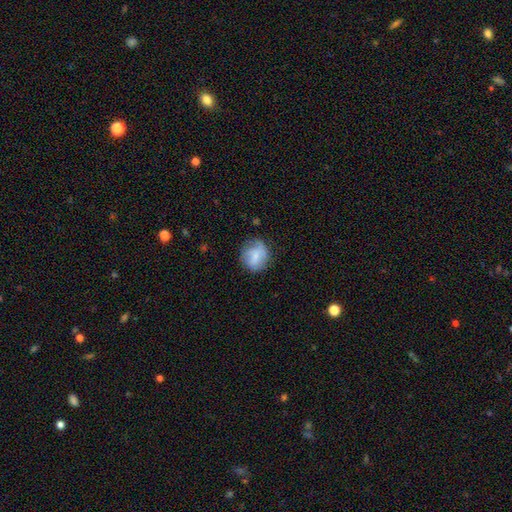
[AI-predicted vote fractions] smooth 69%, featured or disk 23%, star or artifact 8%. Down the decision tree: how rounded — round (71%); merging — none (62%).